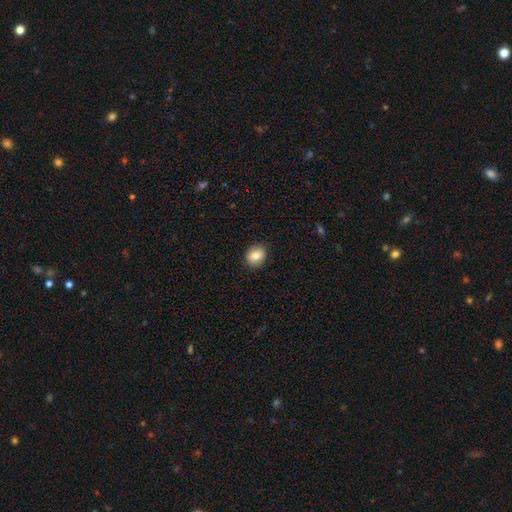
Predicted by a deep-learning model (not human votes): This appears to be a smooth galaxy with no disk features (81%) that is round (71%). Merging: none (89%).